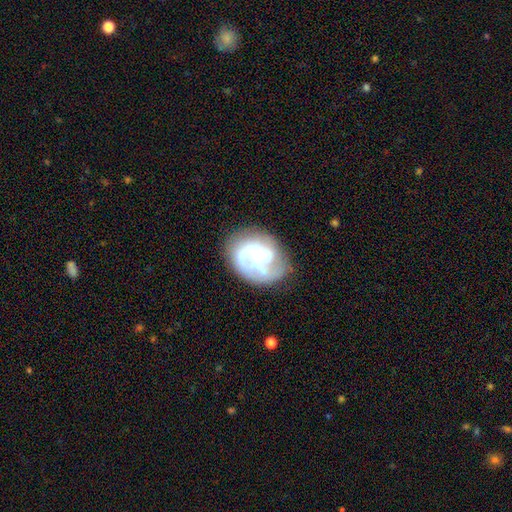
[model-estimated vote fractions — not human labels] Morphology: type=featured or disk (77%); edge-on=no (98%); bar=no (73%); spiral arms=yes (89%); winding=tight (45%); arm count=3 (34%); bulge=small (64%); merging=none (61%).